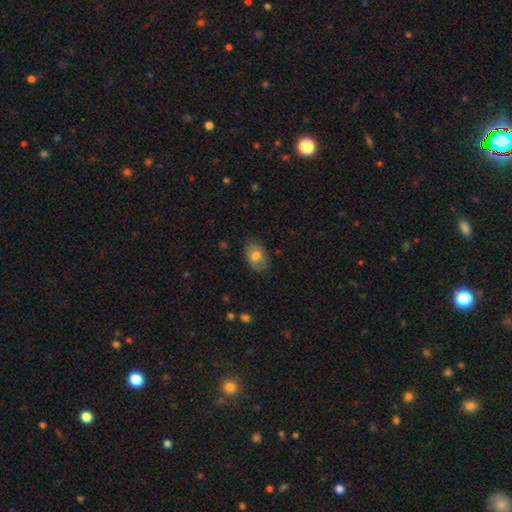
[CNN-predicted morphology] Smooth or featured? smooth (71%)
How rounded? in between (82%)
Merging? none (78%)